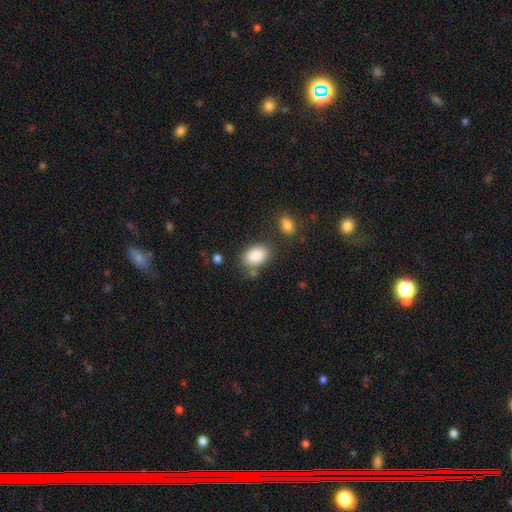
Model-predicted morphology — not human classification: A smooth galaxy with no disk features (88%) that is in between round and cigar-shaped (89%). Merging: none (73%).